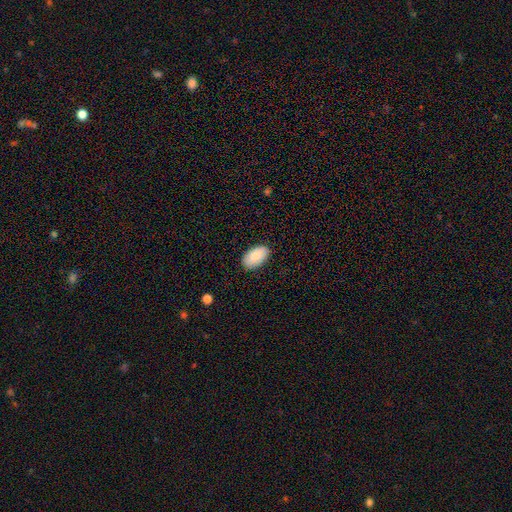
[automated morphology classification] Smooth or featured? smooth (88%)
How rounded? in between (95%)
Merging? none (87%)